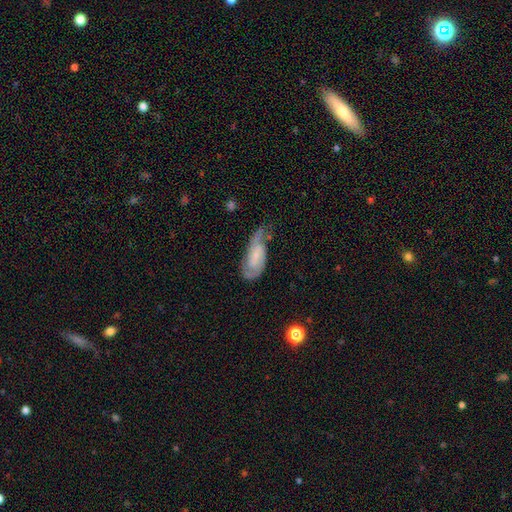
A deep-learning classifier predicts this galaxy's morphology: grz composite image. It shows a featured or disk galaxy (75%) with no bar (43%), 2 (78%) medium (46%) spiral arms (93%) and a small central bulge (59%). Merging: none (52%).